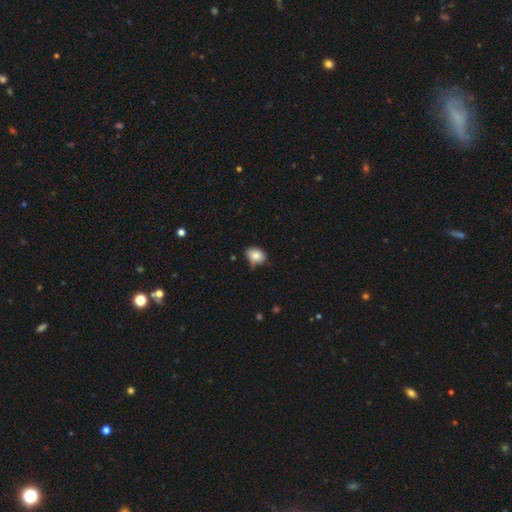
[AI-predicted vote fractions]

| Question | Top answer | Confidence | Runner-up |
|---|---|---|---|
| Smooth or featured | smooth | 84% | star or artifact (9%) |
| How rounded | in between | 69% | round (30%) |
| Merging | none | 57% | minor disturbance (33%) |